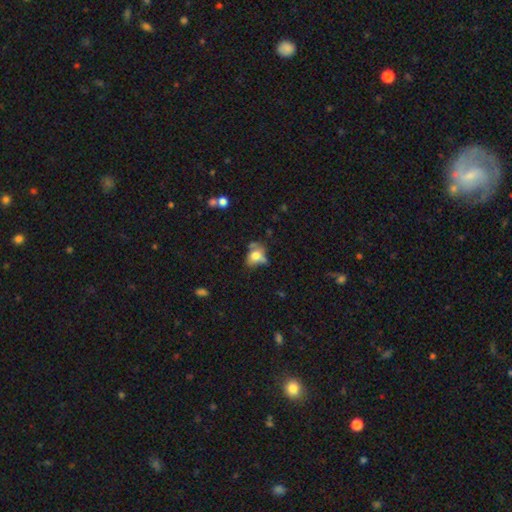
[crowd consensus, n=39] smooth_or_featured: smooth (p=0.64) [alt: featured or disk p=0.26]
how_rounded: in between (p=0.64) [alt: round p=0.36]
merging: major disturbance (p=0.37) [alt: minor disturbance p=0.34]